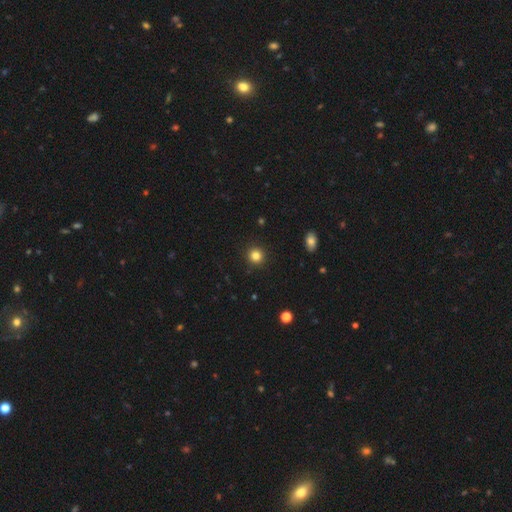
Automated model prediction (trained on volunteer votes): This appears to be a smooth galaxy with no disk features (83%) that is round (93%). Merging: none (92%).